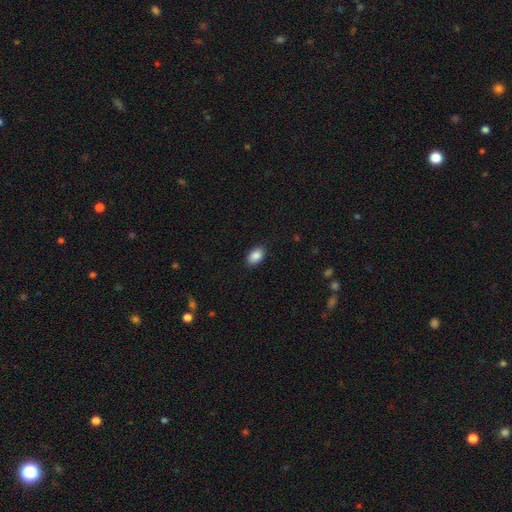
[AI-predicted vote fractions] This is clearly a smooth galaxy (88%). How rounded: clearly in between (88%). Merging: clearly none (87%).